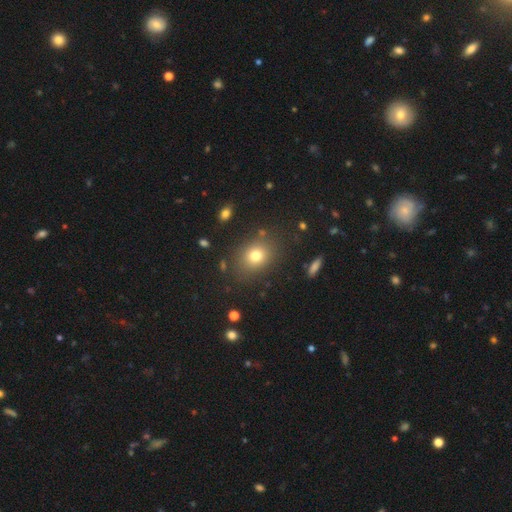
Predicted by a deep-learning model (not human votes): Smooth or featured: smooth — 76% (star or artifact — 14%)
How rounded: round — 52% (in between — 47%)
Merging: none — 82% (minor disturbance — 11%)